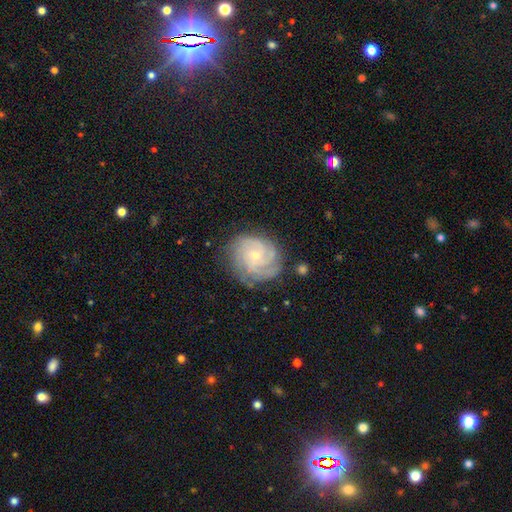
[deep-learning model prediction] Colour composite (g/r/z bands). It shows a featured or disk galaxy (82%) with no bar (77%), 3 (30%) tight (69%) spiral arms (96%) and a small central bulge (70%). Merging: none (75%).